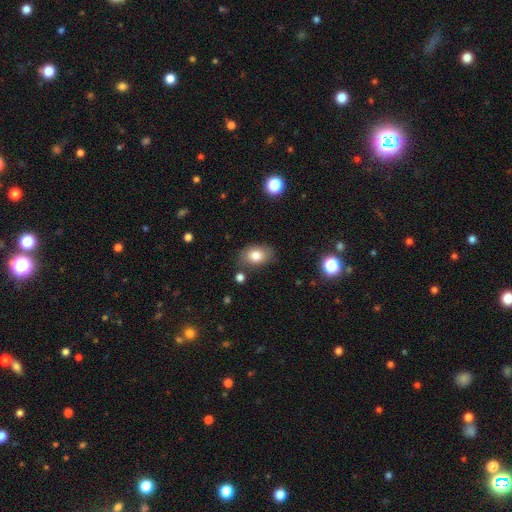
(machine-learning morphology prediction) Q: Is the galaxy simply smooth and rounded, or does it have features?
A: smooth — 80%.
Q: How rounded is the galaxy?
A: in between — 82%.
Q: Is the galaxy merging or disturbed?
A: none — 76%.